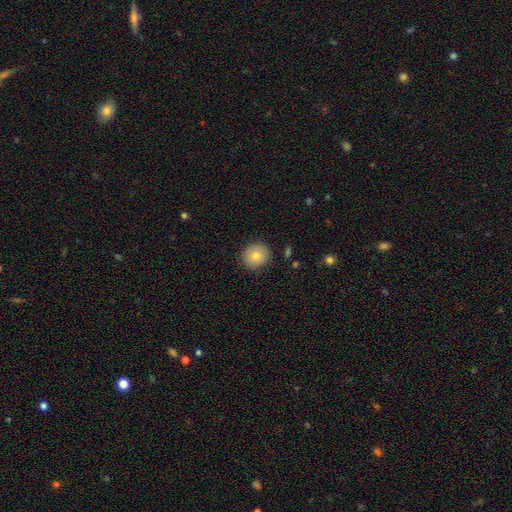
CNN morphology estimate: Smooth or featured? Predicted: smooth (p=0.78). How rounded? Predicted: round (p=0.87). Merging? Predicted: none (p=0.87).